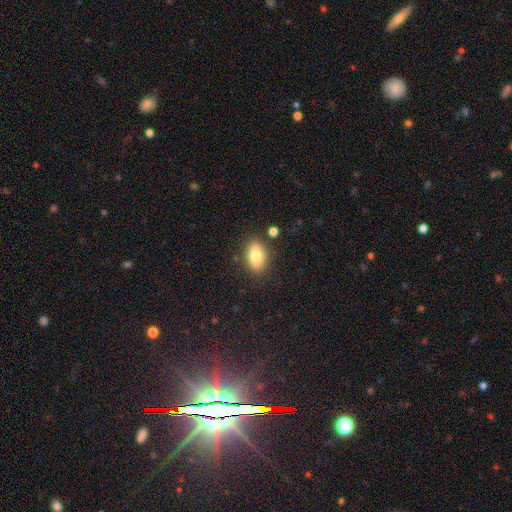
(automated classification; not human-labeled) Q: Smooth or featured?
A: smooth (77%); runner-up: featured or disk (15%)
Q: How rounded?
A: in between (85%); runner-up: round (9%)
Q: Merging?
A: none (82%); runner-up: minor disturbance (12%)